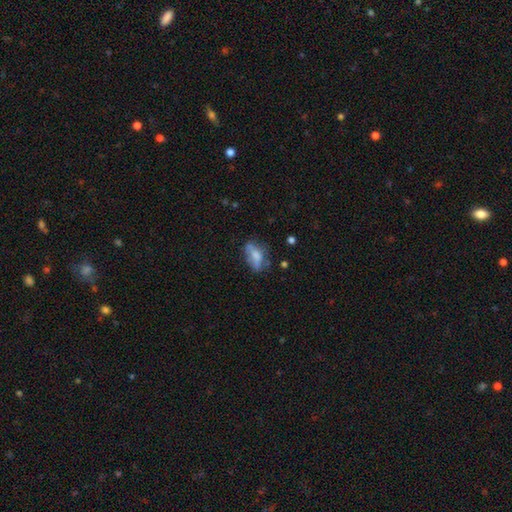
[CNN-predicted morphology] The model was most divided on "merging": none: 48%, minor disturbance: 28%, major disturbance: 17%, merger: 7%. More confident: how rounded — in between (81%); smooth or featured — smooth (59%).